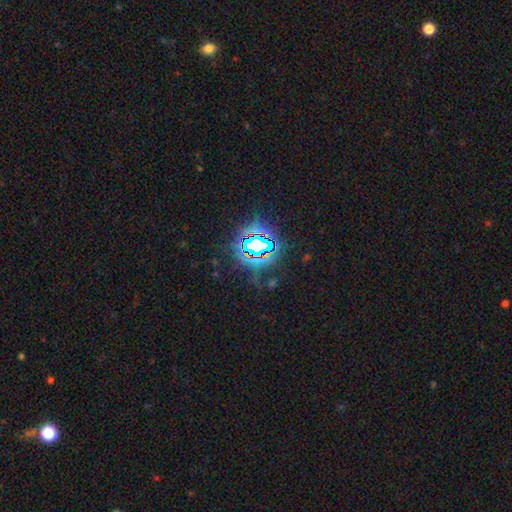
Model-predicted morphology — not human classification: Overall: star or artifact (82%).